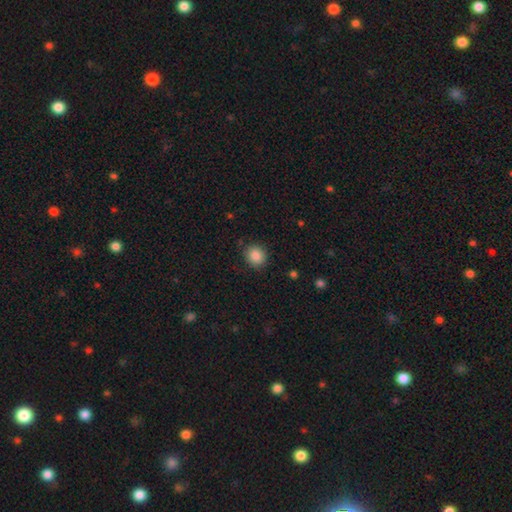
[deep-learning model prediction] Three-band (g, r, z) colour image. It shows a smooth galaxy with no disk features (86%) that is round (82%). Merging: none (87%).